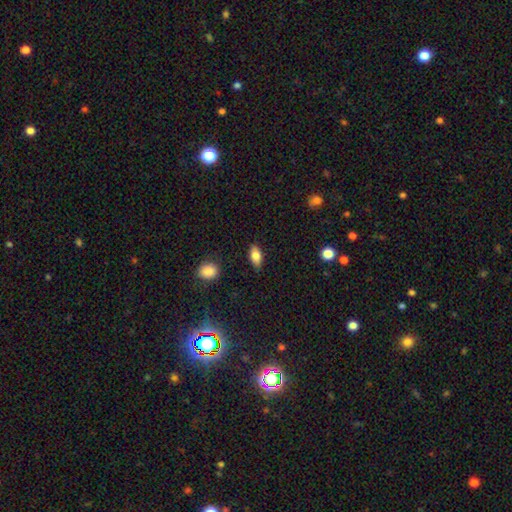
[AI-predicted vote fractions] Smooth or featured: smooth — 77% (featured or disk — 15%)
How rounded: in between — 86% (cigar-shaped — 10%)
Merging: none — 86% (minor disturbance — 11%)